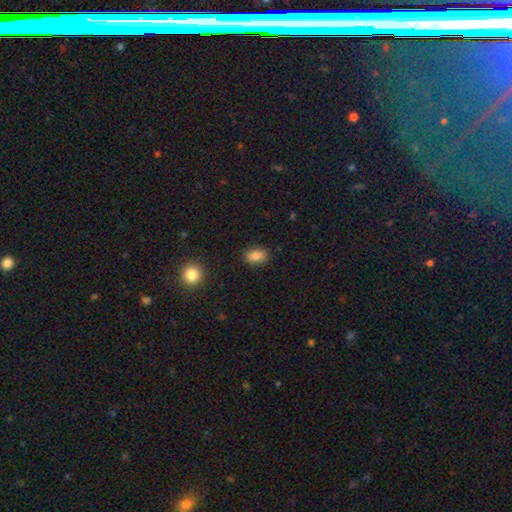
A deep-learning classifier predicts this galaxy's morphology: type=smooth (85%); roundness=in between (84%); merging=none (88%).